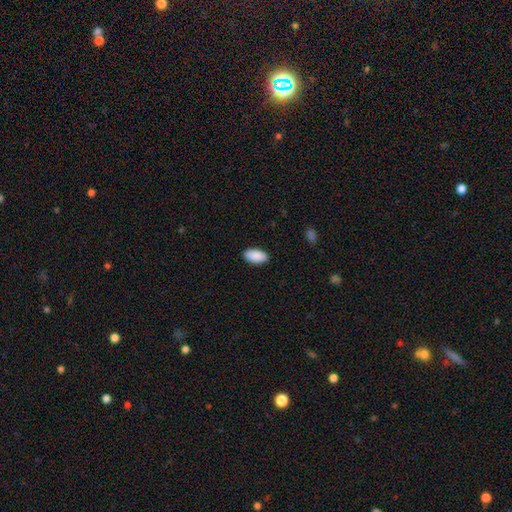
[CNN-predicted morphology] smooth-or-featured: smooth: 91% | star or artifact: 6% | featured or disk: 3%
  how-rounded: in between: 94% | cigar-shaped: 4% | round: 2%
  merging: none: 89% | minor disturbance: 8% | major disturbance: 2% | merger: 1%